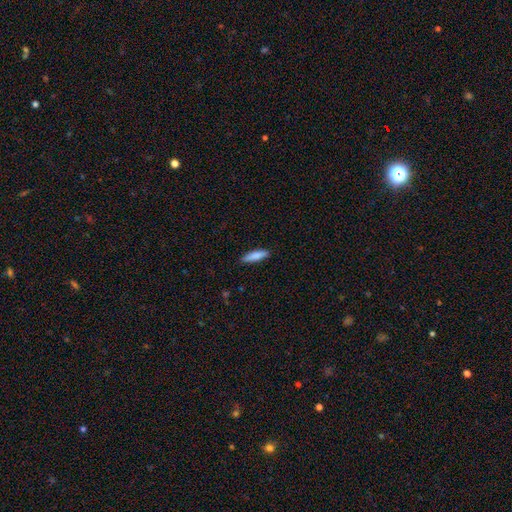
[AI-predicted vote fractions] A smooth galaxy with no disk features (84%) that is cigar-shaped (70%).

Vote fractions:
- Smooth or featured? smooth: 84% / featured or disk: 11% / star or artifact: 6%
- How rounded? cigar-shaped: 70% / in between: 28% / round: 1%
- Merging? none: 88% / minor disturbance: 9% / major disturbance: 2% / merger: 1%